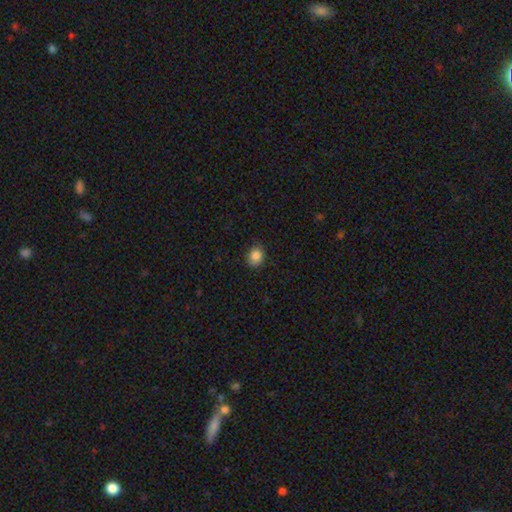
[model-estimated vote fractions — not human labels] smooth 85%, star or artifact 10%, featured or disk 5%. Down the decision tree: how rounded — round (58%); merging — none (81%).